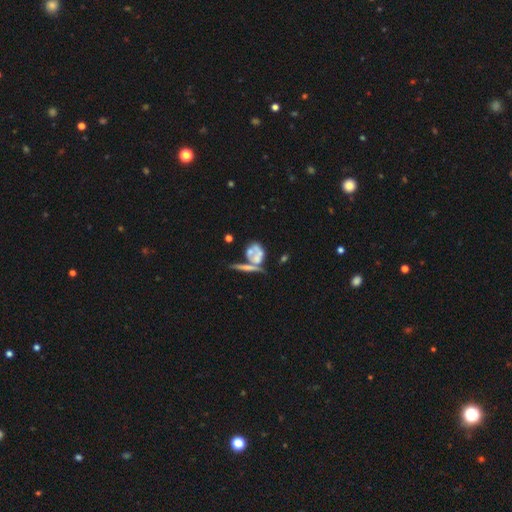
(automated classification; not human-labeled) Overall: featured or disk (53%; smooth 36%). Edge-on disk: no (83%). Merging: merger (47%; none 25%).